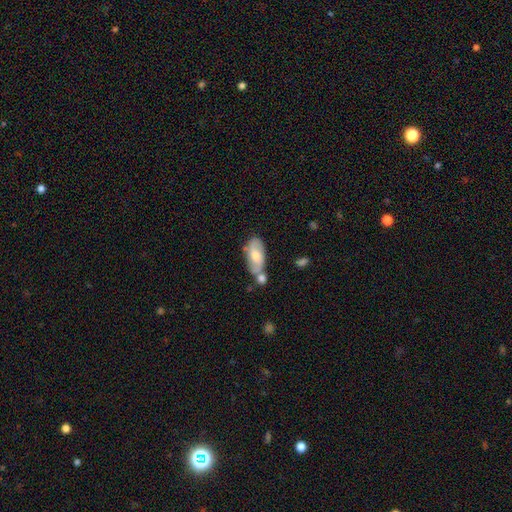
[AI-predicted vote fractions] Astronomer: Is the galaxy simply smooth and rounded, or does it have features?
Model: smooth — 53% (runner-up: featured or disk, 41%).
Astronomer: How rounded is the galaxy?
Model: in between — 87%.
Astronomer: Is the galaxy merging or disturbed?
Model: none — 45% (runner-up: merger, 29%).